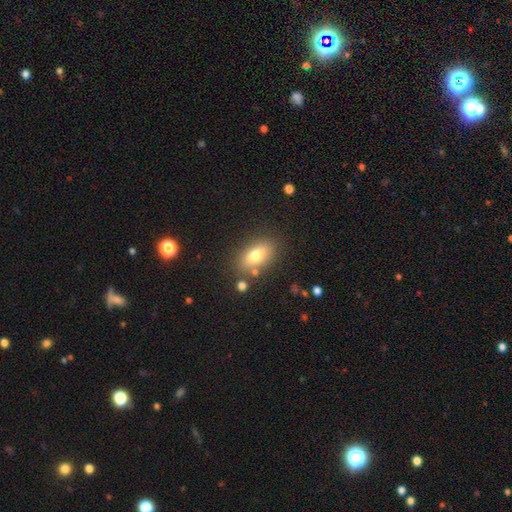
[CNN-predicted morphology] smooth-or-featured: smooth: 73% | featured or disk: 18% | star or artifact: 9%
  how-rounded: in between: 85% | round: 8% | cigar-shaped: 7%
  merging: none: 77% | minor disturbance: 12% | merger: 6% | major disturbance: 4%